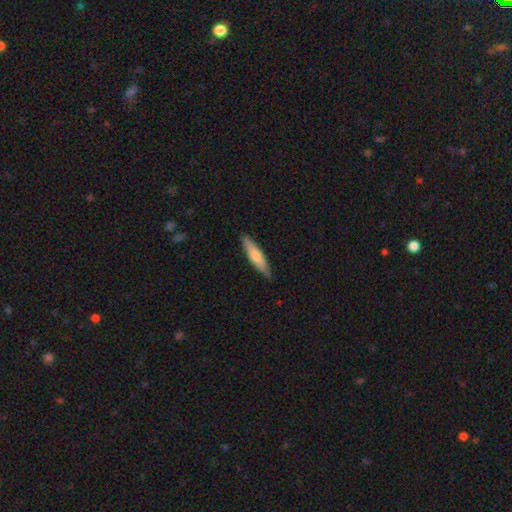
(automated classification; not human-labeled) smooth-or-featured: smooth: 56% | featured or disk: 38% | star or artifact: 5%
  how-rounded: cigar-shaped: 83% | in between: 16% | round: 2%
  merging: none: 87% | minor disturbance: 10% | major disturbance: 2% | merger: 1%